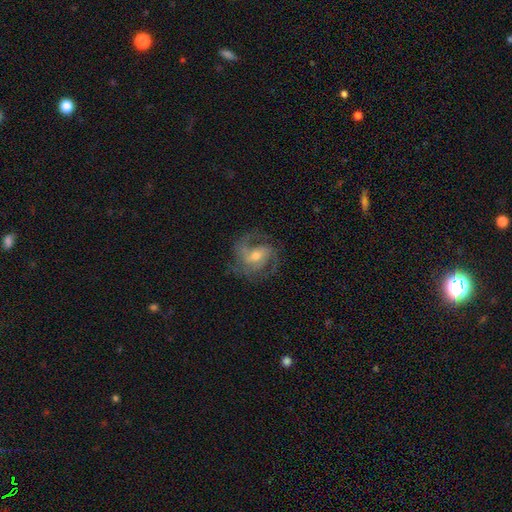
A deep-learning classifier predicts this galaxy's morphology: featured or disk 86%, smooth 8%, star or artifact 6%. Down the decision tree: edge-on disk — no (98%); bar — weak (47%); spiral arms — yes (96%); spiral arm count — 2 (46%); spiral winding — medium (52%); bulge size — moderate (53%); merging — none (69%).